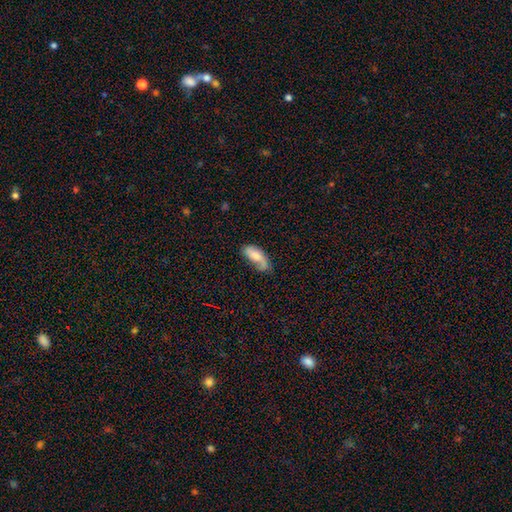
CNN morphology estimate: smooth 56%, featured or disk 37%, star or artifact 7%. Down the decision tree: how rounded — in between (83%); merging — none (50%).